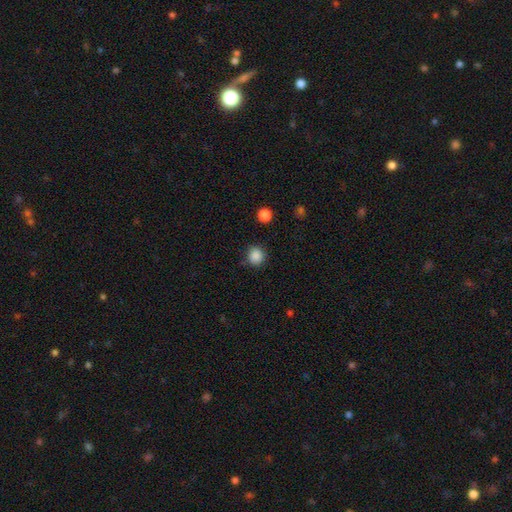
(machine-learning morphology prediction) Smooth or featured? smooth (86%)
How rounded? round (91%)
Merging? none (84%)